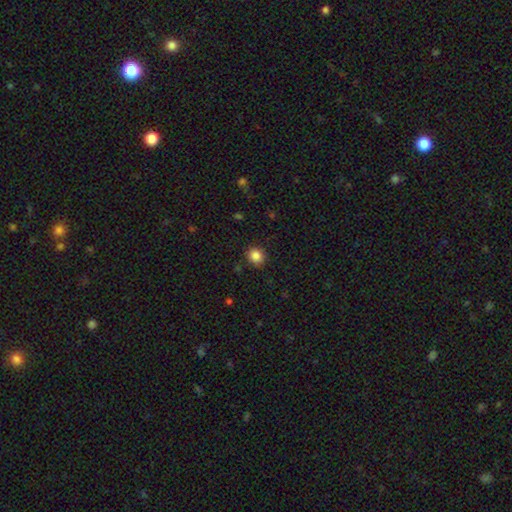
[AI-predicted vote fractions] A smooth galaxy with no disk features (85%) that is round (82%).

Vote fractions:
- Smooth or featured? smooth: 85% / star or artifact: 11% / featured or disk: 4%
- How rounded? round: 82% / in between: 17% / cigar-shaped: 1%
- Merging? none: 88% / minor disturbance: 8% / major disturbance: 2% / merger: 1%